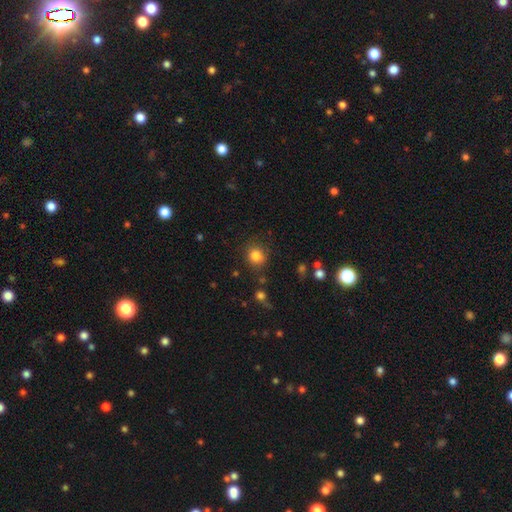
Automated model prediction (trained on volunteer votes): A smooth galaxy with no disk features (83%) that is round (86%). Merging: none (83%).